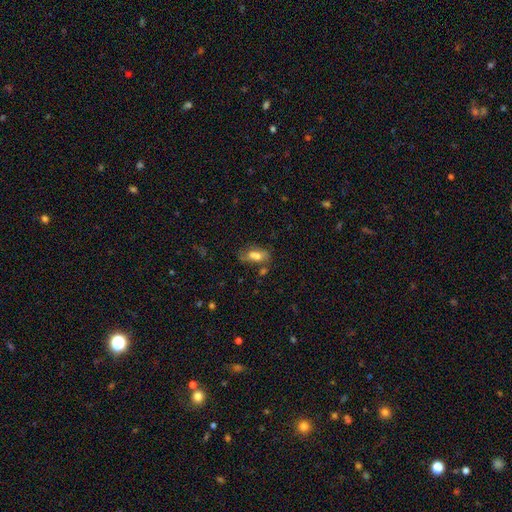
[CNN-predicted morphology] Q: Smooth or featured?
A: smooth (63%); runner-up: featured or disk (26%)
Q: How rounded?
A: in between (80%); runner-up: cigar-shaped (13%)
Q: Merging?
A: none (40%); runner-up: merger (27%)